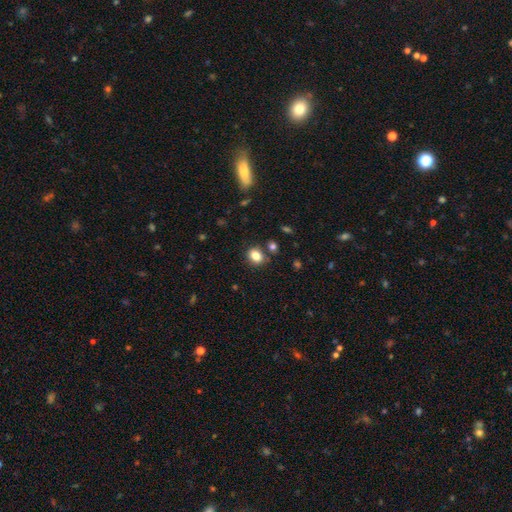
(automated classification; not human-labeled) Morphology: type=smooth (83%); roundness=round (50%); merging=none (79%).